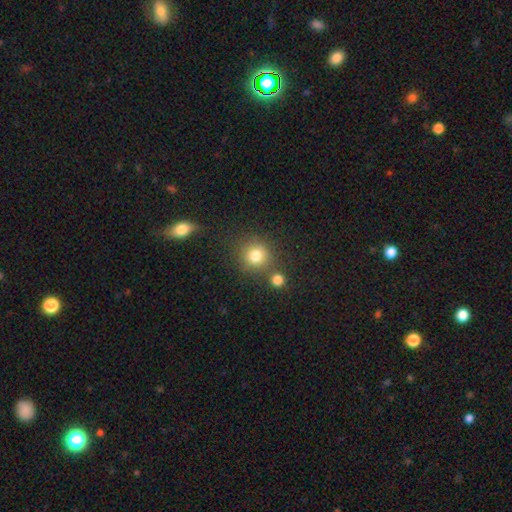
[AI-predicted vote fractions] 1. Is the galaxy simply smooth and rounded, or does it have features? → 80% smooth, 12% star or artifact, 8% featured or disk.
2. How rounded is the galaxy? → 91% round, 8% in between, 1% cigar-shaped.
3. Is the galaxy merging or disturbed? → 74% none, 13% merger, 9% minor disturbance, 4% major disturbance.